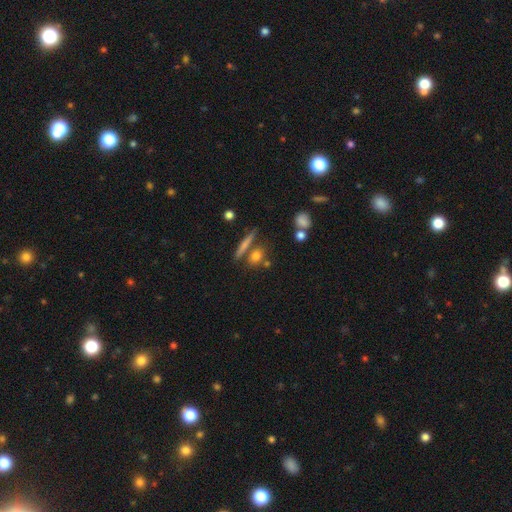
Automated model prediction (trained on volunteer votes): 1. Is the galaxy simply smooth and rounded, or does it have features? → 71% smooth, 18% featured or disk, 11% star or artifact.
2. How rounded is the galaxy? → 35% round, 34% in between, 31% cigar-shaped.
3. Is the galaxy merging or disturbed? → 66% none, 18% merger, 11% minor disturbance, 4% major disturbance.